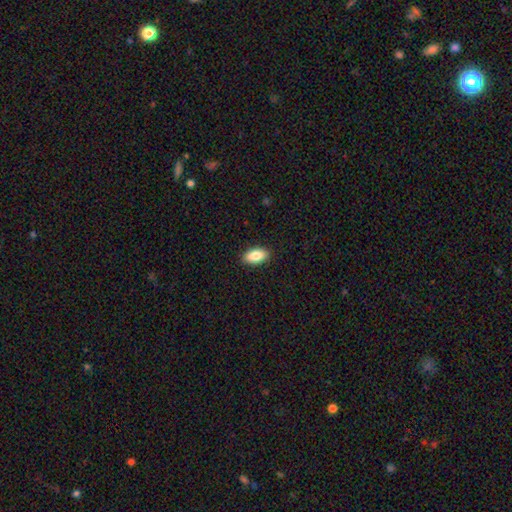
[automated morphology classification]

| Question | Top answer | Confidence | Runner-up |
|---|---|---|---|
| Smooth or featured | smooth | 84% | featured or disk (9%) |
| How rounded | in between | 91% | cigar-shaped (5%) |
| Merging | none | 90% | minor disturbance (7%) |